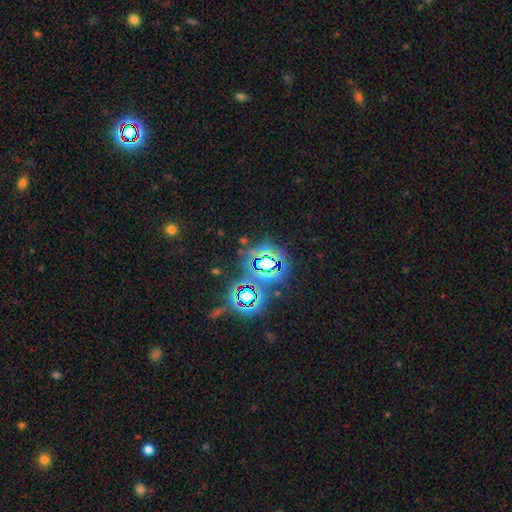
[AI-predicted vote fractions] smooth_or_featured: star or artifact (p=0.75) [alt: smooth p=0.15]